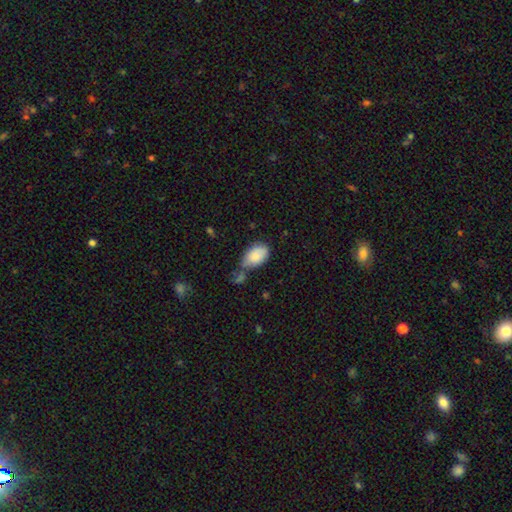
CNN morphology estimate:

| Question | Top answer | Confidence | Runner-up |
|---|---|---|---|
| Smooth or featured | smooth | 82% | featured or disk (11%) |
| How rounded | in between | 90% | round (8%) |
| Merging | none | 42% | minor disturbance (29%) |